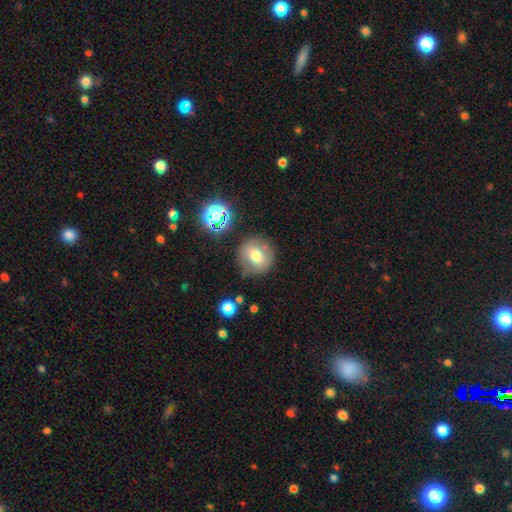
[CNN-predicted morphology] type=smooth (69%); roundness=round (89%); merging=none (78%).